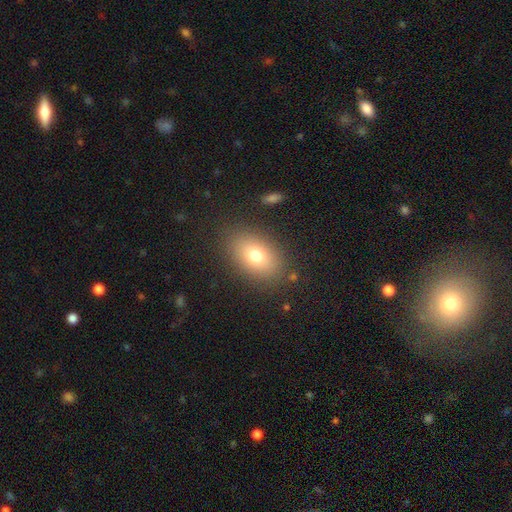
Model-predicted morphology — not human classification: Smooth or featured? Predicted: smooth (p=0.75). How rounded? Predicted: in between (p=0.82). Merging? Predicted: none (p=0.84).